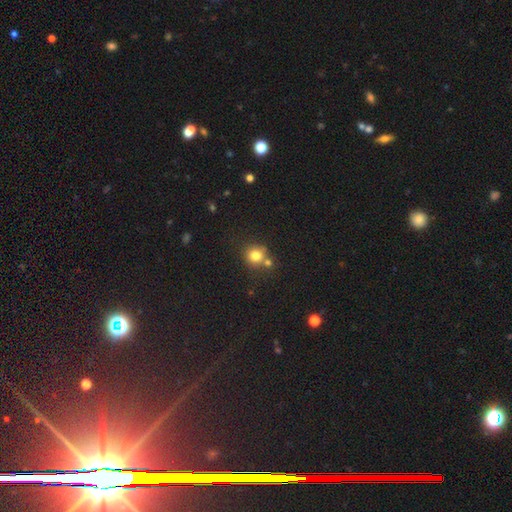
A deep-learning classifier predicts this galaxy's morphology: A smooth galaxy with no disk features (79%) that is round (89%). Merging: none (62%).